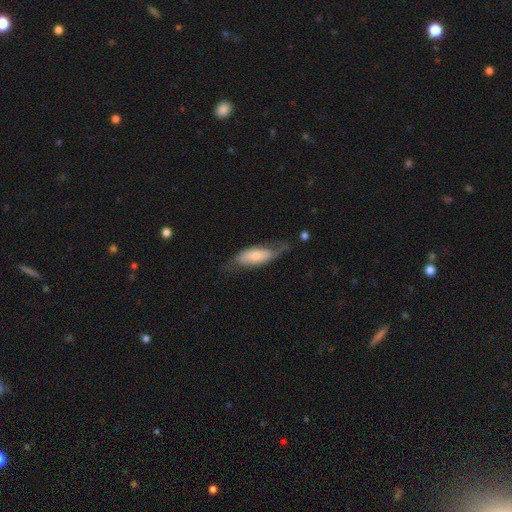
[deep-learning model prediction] smooth-or-featured: smooth: 47% (tied) | featured or disk: 47% (tied) | star or artifact: 6%
  merging: none: 49% | minor disturbance: 30% | major disturbance: 19% | merger: 3%